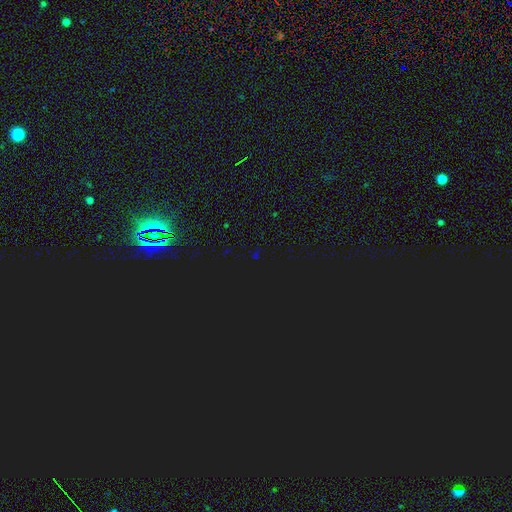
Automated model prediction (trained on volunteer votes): The model was most divided on "smooth or featured": star or artifact: 77%, smooth: 17%, featured or disk: 7%.